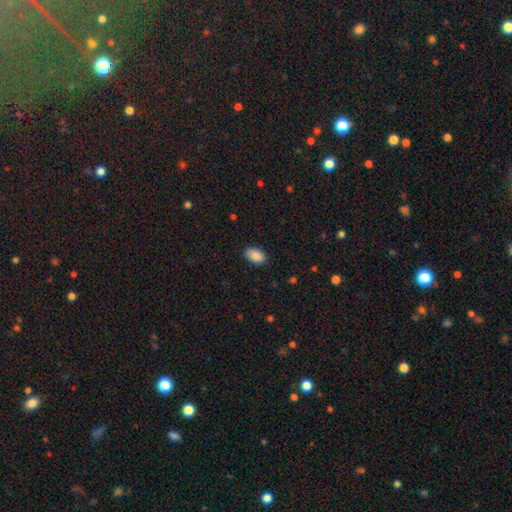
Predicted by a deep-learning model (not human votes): Morphology: type=smooth (89%); roundness=in between (92%); merging=none (86%).